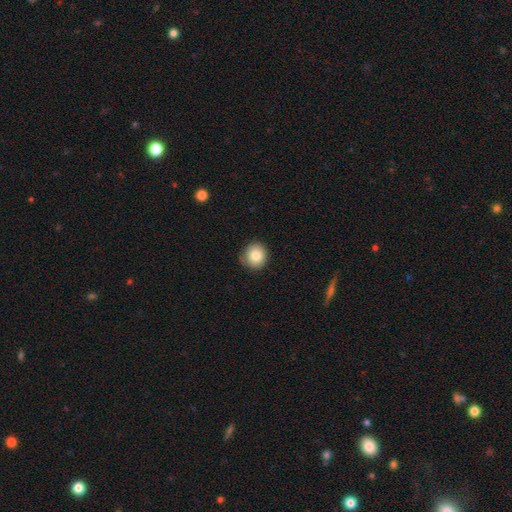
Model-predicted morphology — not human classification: smooth-or-featured: smooth: 82% | featured or disk: 9% | star or artifact: 9%
  how-rounded: round: 91% | in between: 8% | cigar-shaped: 1%
  merging: none: 82% | minor disturbance: 14% | major disturbance: 3% | merger: 1%